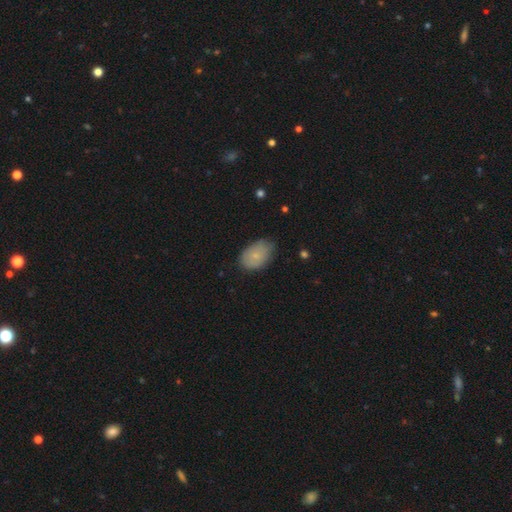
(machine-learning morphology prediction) This appears to be a smooth galaxy with no disk features (78%) that is in between round and cigar-shaped (86%). Merging: none (70%).